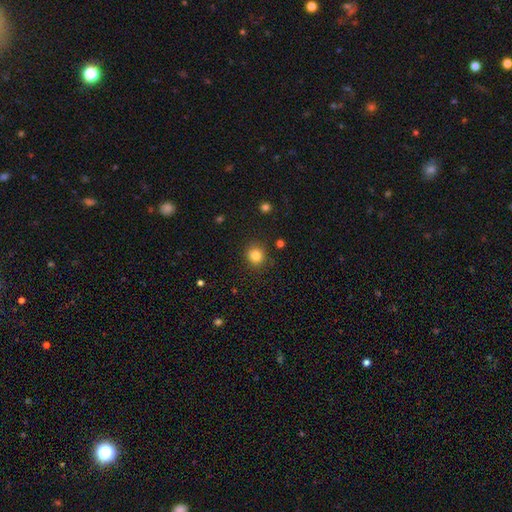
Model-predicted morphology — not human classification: Smooth or featured? smooth (82%)
How rounded? round (89%)
Merging? none (86%)